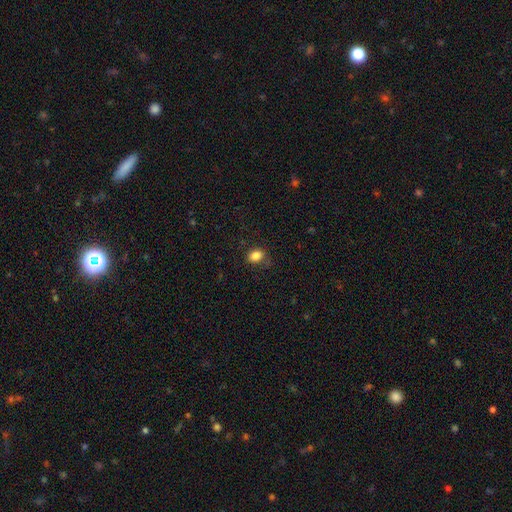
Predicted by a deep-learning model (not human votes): smooth 85%, star or artifact 10%, featured or disk 5%. Down the decision tree: how rounded — in between (70%); merging — none (70%).